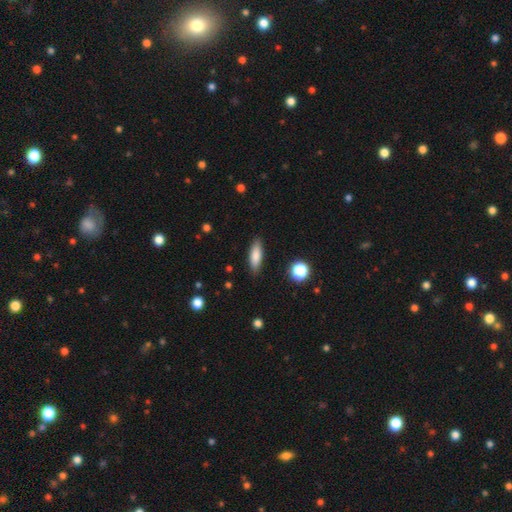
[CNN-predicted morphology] smooth 81%, featured or disk 12%, star or artifact 7%. Down the decision tree: how rounded — in between (51%); merging — none (87%).